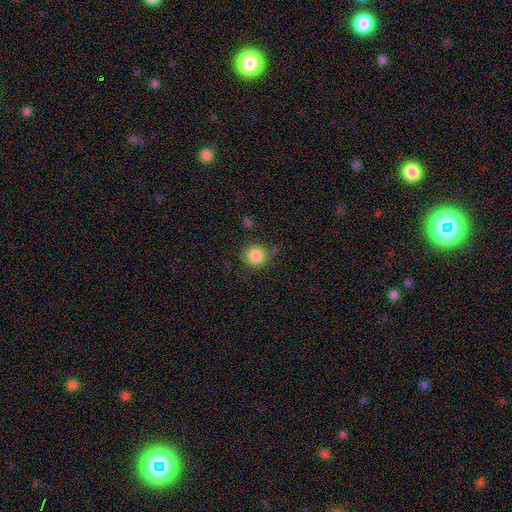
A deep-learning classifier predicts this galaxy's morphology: This is clearly a smooth galaxy (85%). How rounded: clearly round (93%). Merging: likely none (78%).